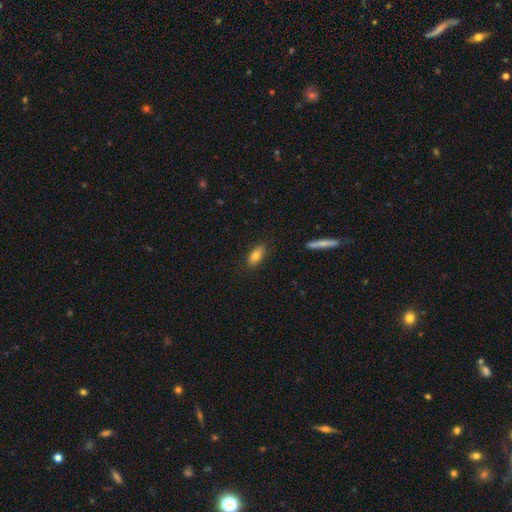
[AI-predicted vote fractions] The model was most divided on "smooth or featured": smooth: 77%, featured or disk: 16%, star or artifact: 7%. More confident: merging — none (86%); how rounded — in between (82%).